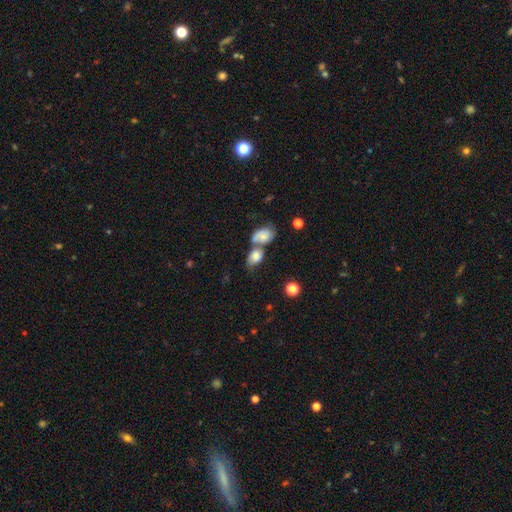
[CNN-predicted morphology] Q: Smooth or featured?
A: smooth (71%); runner-up: featured or disk (19%)
Q: How rounded?
A: in between (71%); runner-up: round (27%)
Q: Merging?
A: merger (59%); runner-up: none (24%)